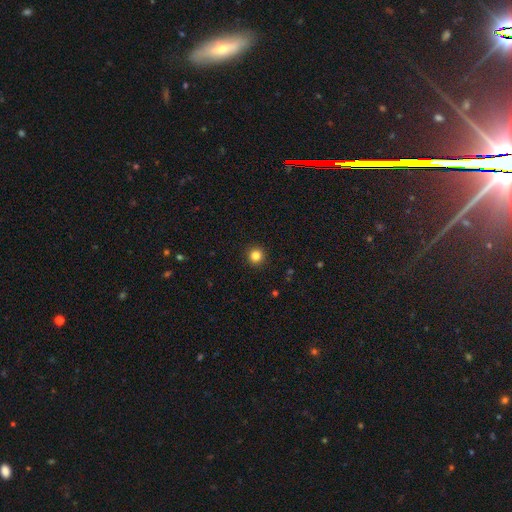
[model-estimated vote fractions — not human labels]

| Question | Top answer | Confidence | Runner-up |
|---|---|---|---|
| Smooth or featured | smooth | 84% | star or artifact (12%) |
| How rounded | round | 95% | in between (4%) |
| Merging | none | 93% | minor disturbance (5%) |